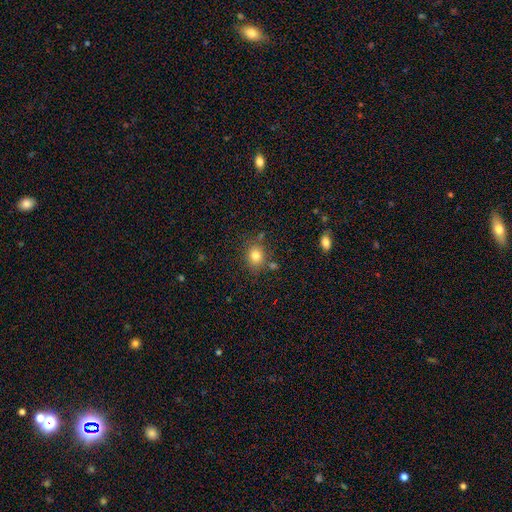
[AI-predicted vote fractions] Overall: smooth (80%). How rounded: round (64%; in between 36%). Merging: none (76%).